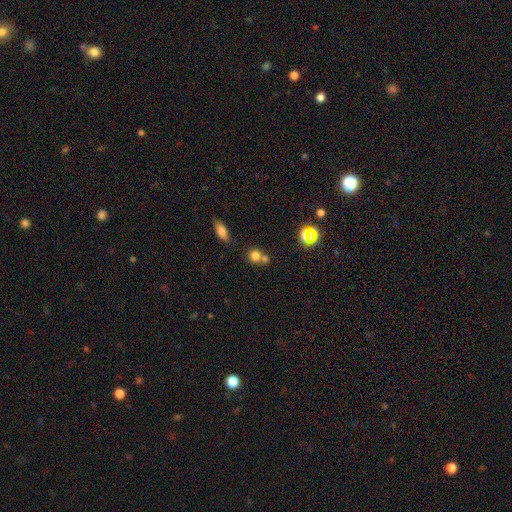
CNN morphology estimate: The model was most divided on "merging": none: 47%, merger: 41%, minor disturbance: 9%, major disturbance: 4%. More confident: how rounded — round (80%); smooth or featured — smooth (73%).